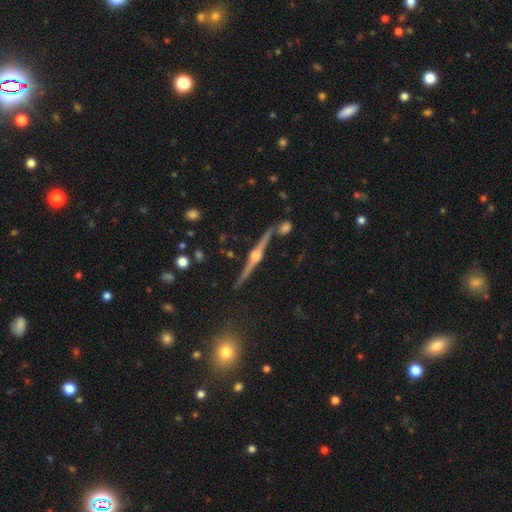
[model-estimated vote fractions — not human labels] Overall: featured or disk (86%). Edge-on disk: yes (98%). Edge-on bulge: rounded (93%). Merging: none (83%).